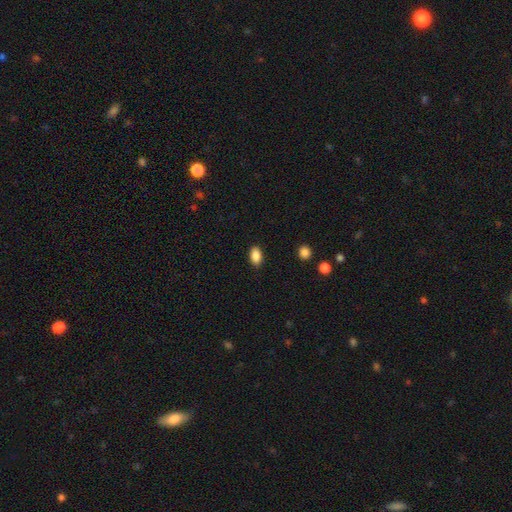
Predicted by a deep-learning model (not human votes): A smooth galaxy with no disk features (88%) that is in between round and cigar-shaped (90%).

Vote fractions:
- Smooth or featured? smooth: 88% / star or artifact: 8% / featured or disk: 3%
- How rounded? in between: 90% / round: 9% / cigar-shaped: 2%
- Merging? none: 88% / minor disturbance: 9% / major disturbance: 2% / merger: 1%